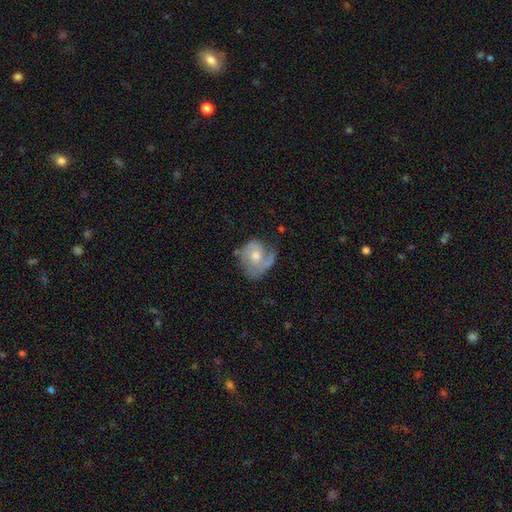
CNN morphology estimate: Smooth or featured?
  - featured or disk: 72% *
  - smooth: 20%
  - star or artifact: 7%
Edge-on disk?
  - no: 97% *
  - yes: 3%
Bar?
  - no: 72% *
  - weak: 24%
  - strong: 4%
Spiral arms?
  - yes: 87% *
  - no: 13%
Spiral winding?
  - medium: 40% *
  - tight: 37%
  - loose: 23%
Spiral arm count?
  - 2: 39% *
  - 1: 38%
  - can't tell: 15%
  - 3: 5%
  - 4: 2%
  - more than 4: 2%
Bulge size?
  - moderate: 66% *
  - small: 25%
  - large: 6%
  - none: 2%
  - dominant: 1%
Merging?
  - none: 52% *
  - minor disturbance: 25%
  - major disturbance: 20%
  - merger: 3%